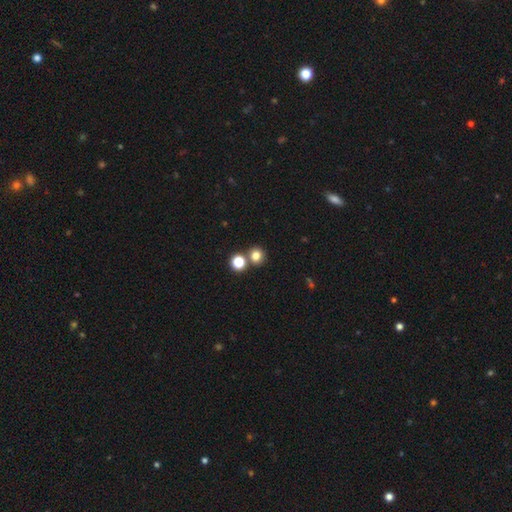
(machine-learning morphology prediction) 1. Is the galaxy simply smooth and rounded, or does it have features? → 79% smooth, 15% star or artifact, 6% featured or disk.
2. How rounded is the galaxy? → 87% round, 12% in between, 1% cigar-shaped.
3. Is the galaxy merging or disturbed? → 73% none, 18% merger, 7% minor disturbance, 3% major disturbance.